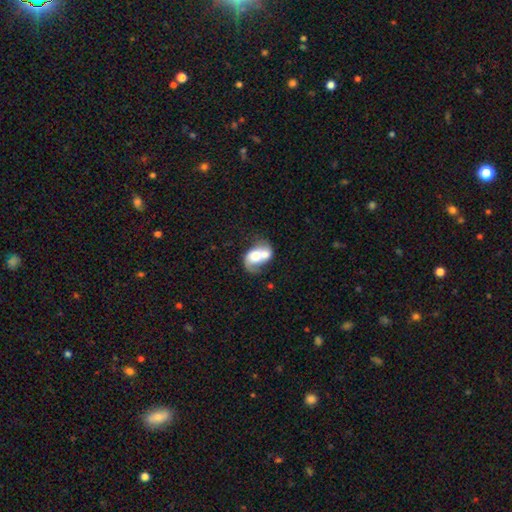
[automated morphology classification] Smooth or featured? Predicted: featured or disk (p=0.47). Merging? Predicted: merger (p=0.68).